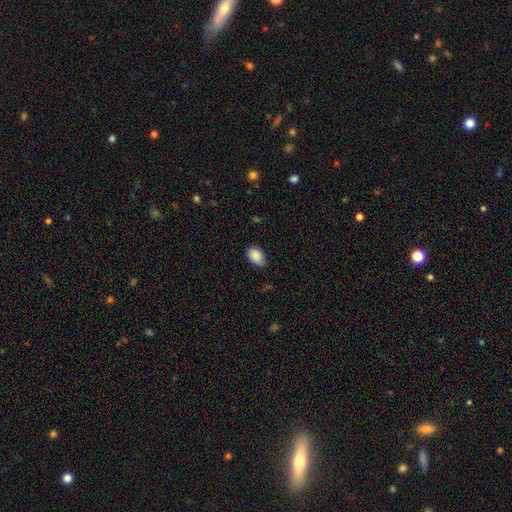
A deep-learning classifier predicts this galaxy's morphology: This appears to be a smooth galaxy with no disk features (89%) that is in between round and cigar-shaped (88%). Merging: none (79%).